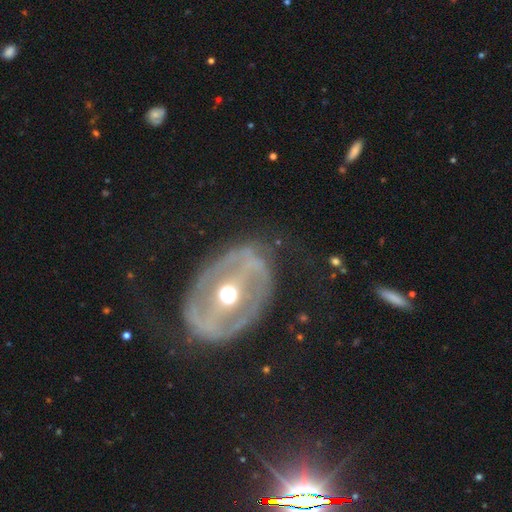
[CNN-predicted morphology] A featured or disk galaxy (80%) with a strong bar (50%), no spiral arms (51%) and a moderate central bulge (75%). Merging: none (70%).